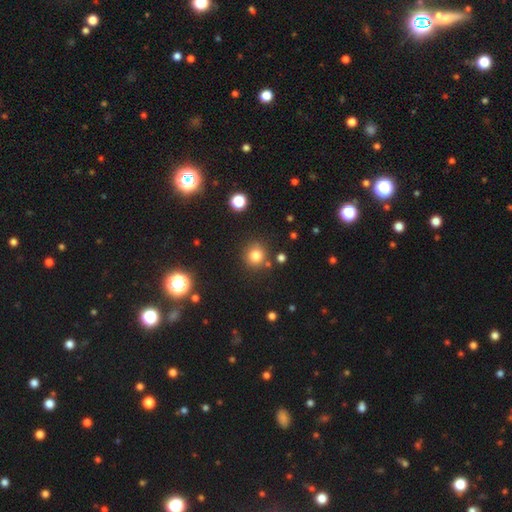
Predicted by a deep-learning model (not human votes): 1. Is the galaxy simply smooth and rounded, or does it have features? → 79% smooth, 15% star or artifact, 6% featured or disk.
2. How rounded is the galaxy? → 91% round, 8% in between, 1% cigar-shaped.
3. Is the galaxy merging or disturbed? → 84% none, 8% minor disturbance, 5% merger, 3% major disturbance.